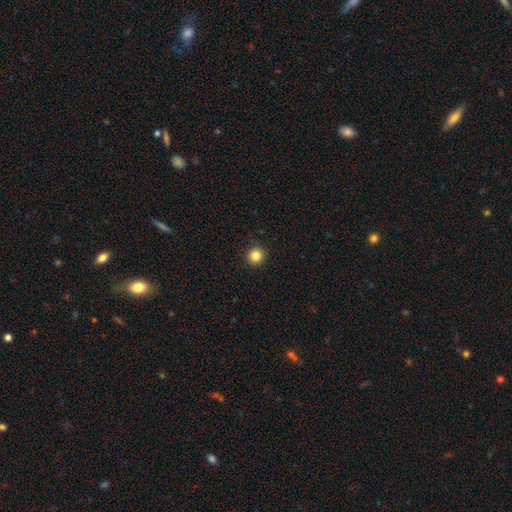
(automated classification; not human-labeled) Smooth or featured: smooth — 84% (star or artifact — 12%)
How rounded: round — 95% (in between — 4%)
Merging: none — 93% (minor disturbance — 4%)